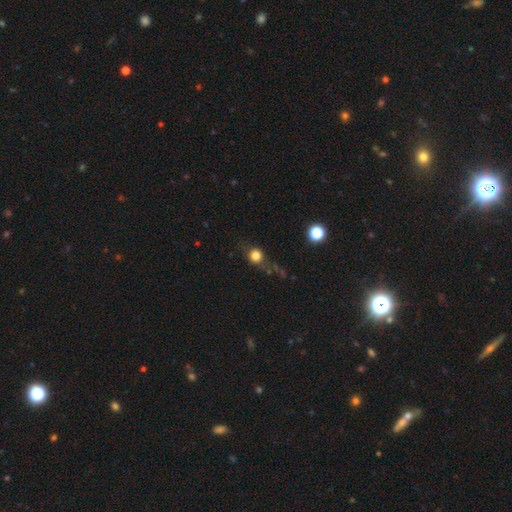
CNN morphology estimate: The model was most divided on "merging": none: 57%, minor disturbance: 21%, major disturbance: 17%, merger: 5%. More confident: how rounded — round (84%); smooth or featured — smooth (73%).